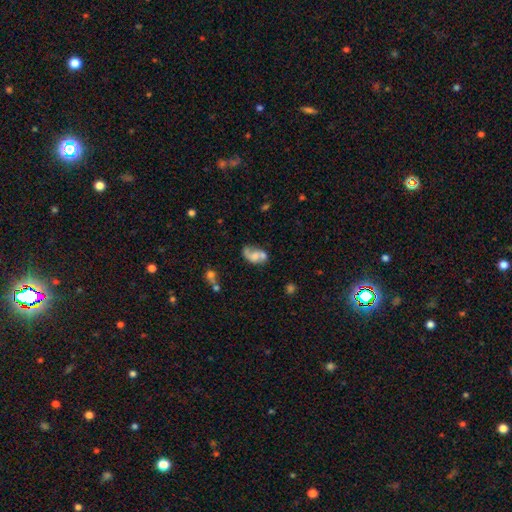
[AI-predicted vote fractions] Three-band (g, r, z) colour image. It shows a featured or disk galaxy (53%) with no bar (70%), spiral arms (67%) and no central bulge (34%). Merging: none (35%).